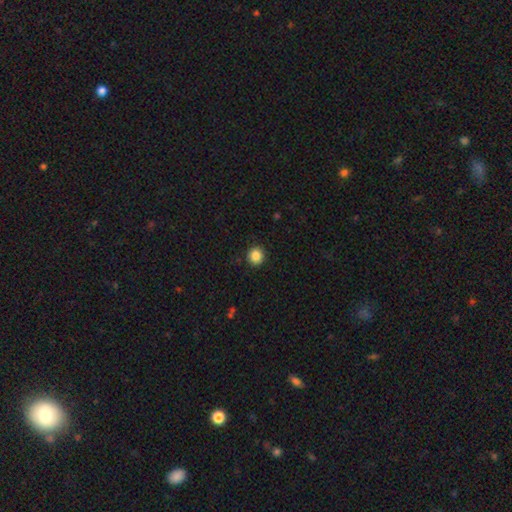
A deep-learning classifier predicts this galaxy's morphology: smooth 87%, star or artifact 10%, featured or disk 3%. Down the decision tree: how rounded — round (91%); merging — none (91%).